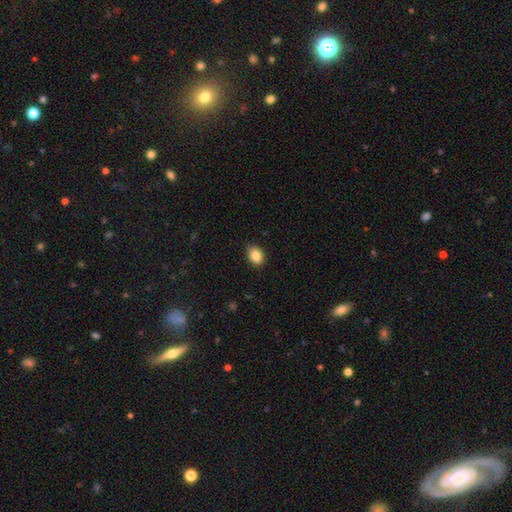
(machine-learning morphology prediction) This is clearly a smooth galaxy (86%). How rounded: likely in between (72%). Merging: clearly none (86%).